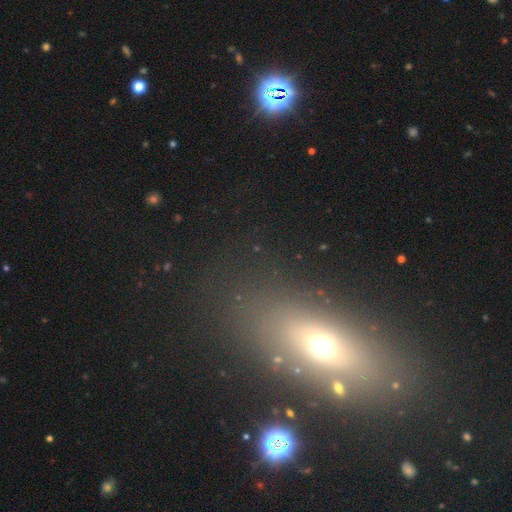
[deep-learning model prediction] smooth_or_featured: smooth (p=0.46) [alt: featured or disk p=0.31]
merging: none (p=0.80) [alt: minor disturbance p=0.10]